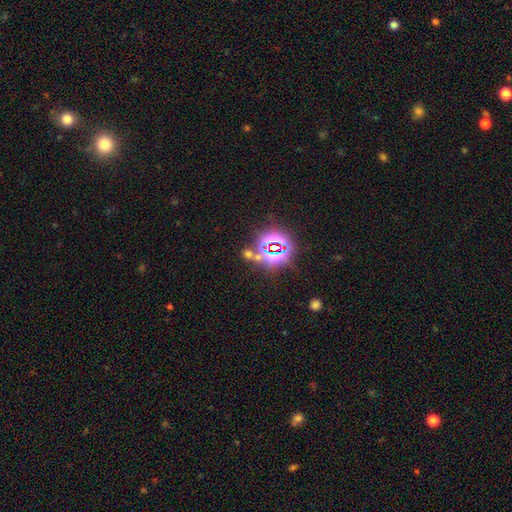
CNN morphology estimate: The model was most divided on "smooth or featured": star or artifact: 69%, smooth: 22%, featured or disk: 9%.